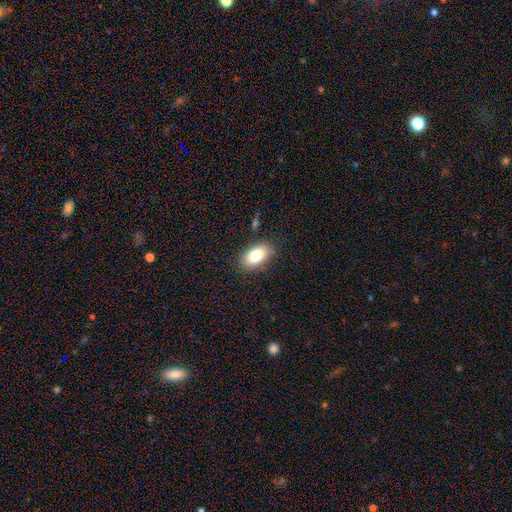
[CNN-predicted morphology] The model was most divided on "smooth or featured": smooth: 80%, featured or disk: 12%, star or artifact: 8%. More confident: how rounded — in between (91%); merging — none (83%).